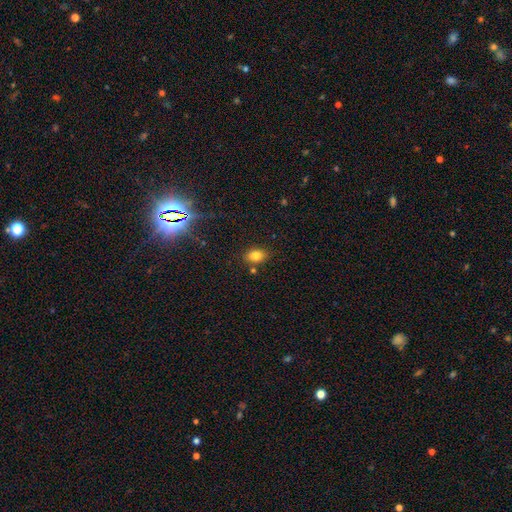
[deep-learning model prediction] smooth-or-featured: smooth: 78% | star or artifact: 13% | featured or disk: 9%
  how-rounded: in between: 72% | round: 26% | cigar-shaped: 2%
  merging: none: 78% | minor disturbance: 12% | merger: 6% | major disturbance: 3%